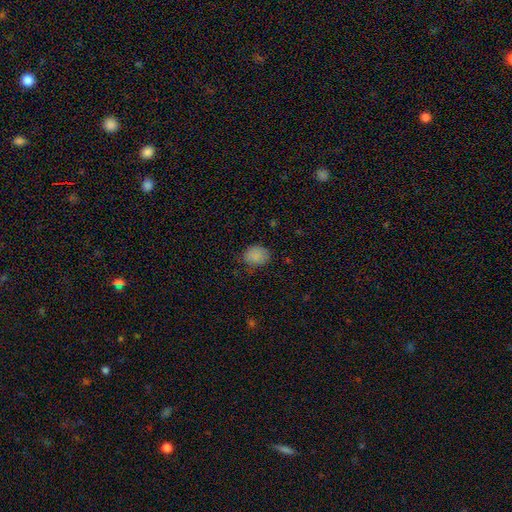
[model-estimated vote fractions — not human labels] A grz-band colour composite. It shows a smooth galaxy with no disk features (86%) that is in between round and cigar-shaped (54%). Merging: none (72%).